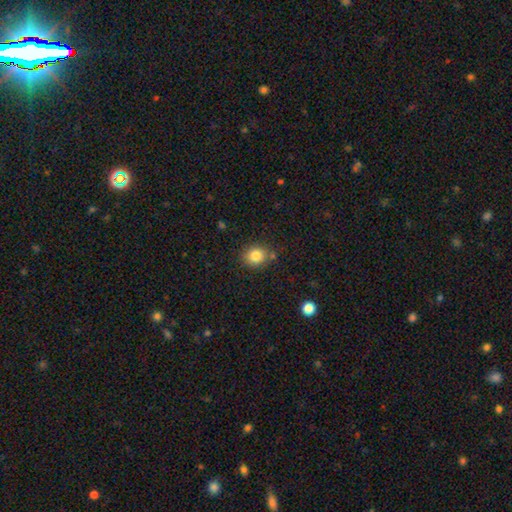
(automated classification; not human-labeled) Smooth or featured: smooth — 83% (star or artifact — 10%)
How rounded: round — 75% (in between — 24%)
Merging: none — 80% (minor disturbance — 12%)